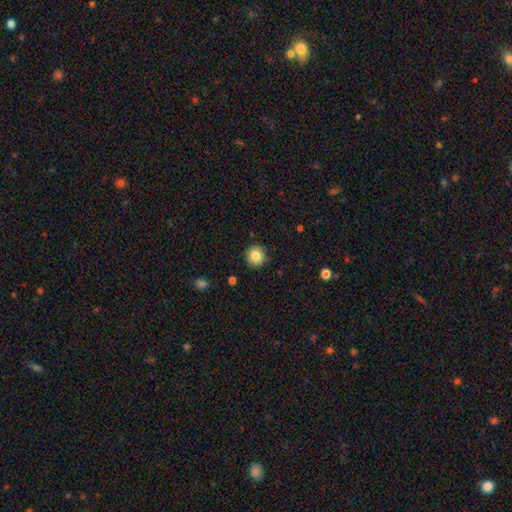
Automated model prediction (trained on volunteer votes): This appears to be a smooth galaxy with no disk features (84%) that is round (94%). Merging: none (91%).